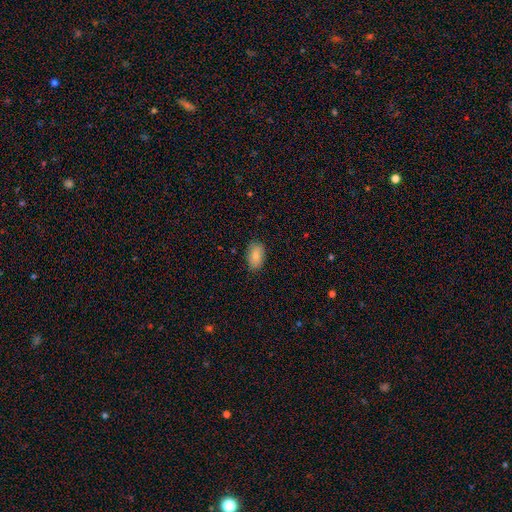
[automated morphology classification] smooth-or-featured: smooth: 83% | featured or disk: 10% | star or artifact: 7%
  how-rounded: in between: 92% | round: 6% | cigar-shaped: 2%
  merging: none: 85% | minor disturbance: 12% | major disturbance: 2% | merger: 1%